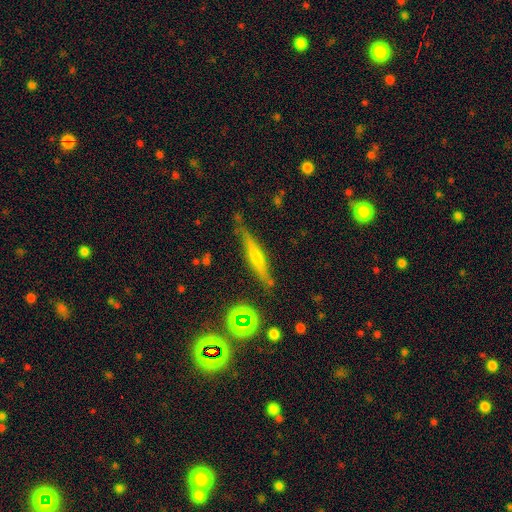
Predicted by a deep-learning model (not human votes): Morphology: type=featured or disk (52%); edge-on=yes (93%); merging=none (78%).